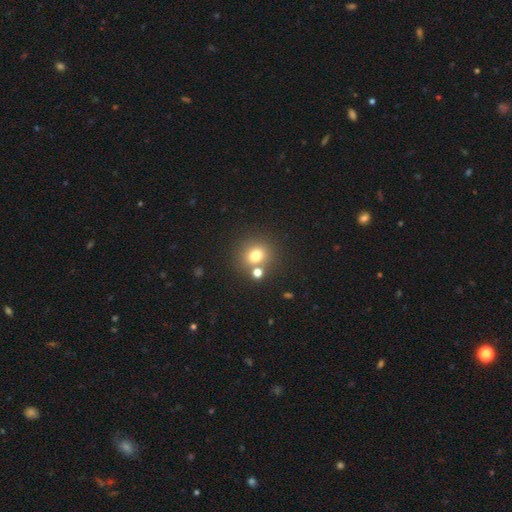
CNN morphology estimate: A smooth galaxy with no disk features (75%) that is round (79%).

Vote fractions:
- Smooth or featured? smooth: 75% / star or artifact: 15% / featured or disk: 10%
- How rounded? round: 79% / in between: 20% / cigar-shaped: 1%
- Merging? none: 70% / merger: 17% / minor disturbance: 9% / major disturbance: 3%